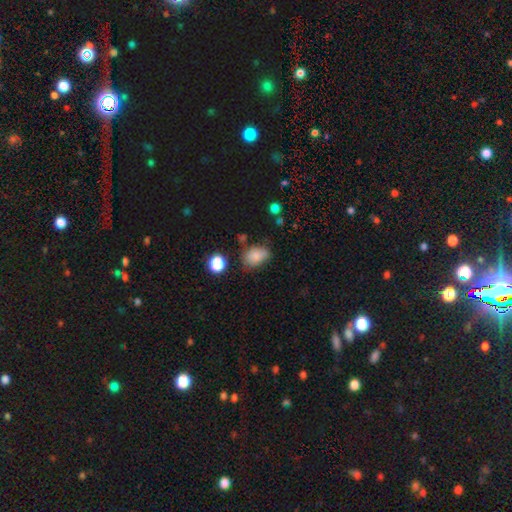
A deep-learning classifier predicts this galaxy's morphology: Smooth or featured?
  - smooth: 81% *
  - star or artifact: 11%
  - featured or disk: 8%
How rounded?
  - in between: 75% *
  - round: 24%
  - cigar-shaped: 1%
Merging?
  - none: 59% *
  - minor disturbance: 27%
  - major disturbance: 8%
  - merger: 7%